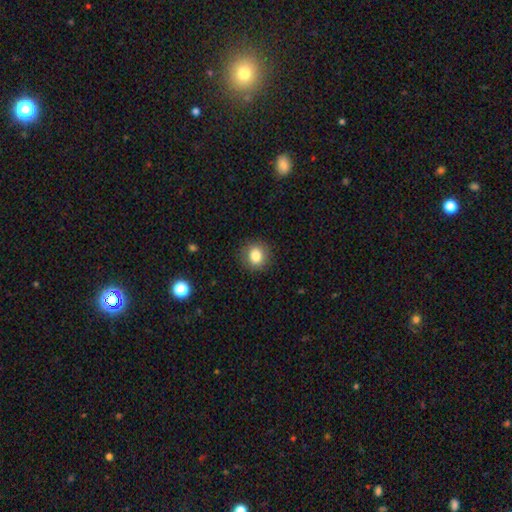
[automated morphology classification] A smooth galaxy with no disk features (83%) that is round (79%).

Vote fractions:
- Smooth or featured? smooth: 83% / star or artifact: 10% / featured or disk: 7%
- How rounded? round: 79% / in between: 20% / cigar-shaped: 1%
- Merging? none: 88% / minor disturbance: 9% / major disturbance: 3% / merger: 1%